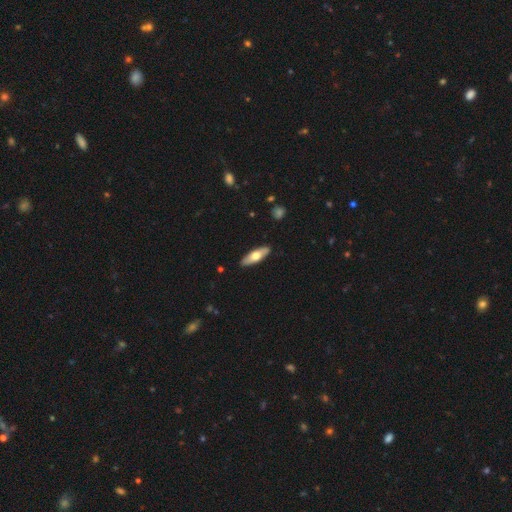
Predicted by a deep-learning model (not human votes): Morphology: type=smooth (57%); roundness=in between (52%); merging=none (89%).